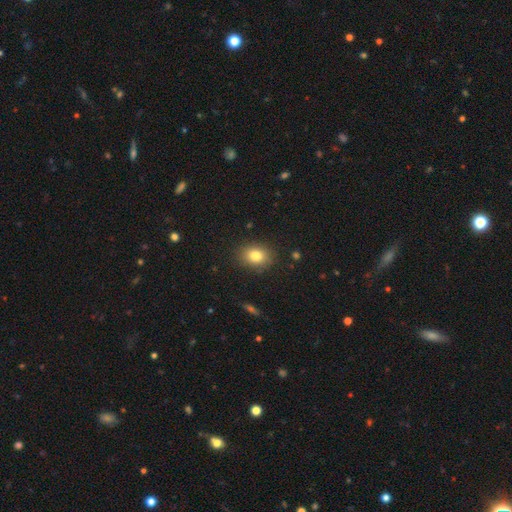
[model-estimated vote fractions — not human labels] Overall: smooth (81%). How rounded: in between (55%; round 44%). Merging: none (87%).